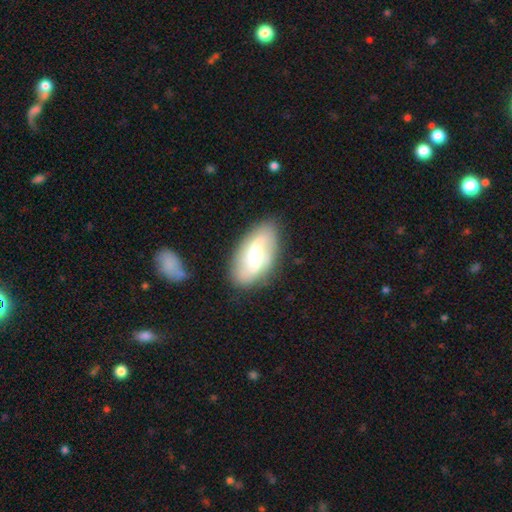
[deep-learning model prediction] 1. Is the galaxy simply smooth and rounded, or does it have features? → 68% featured or disk, 26% smooth, 6% star or artifact.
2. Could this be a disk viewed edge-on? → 93% no, 7% yes.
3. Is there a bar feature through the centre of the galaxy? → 47% weak, 34% strong, 19% no.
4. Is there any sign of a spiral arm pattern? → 84% yes, 16% no.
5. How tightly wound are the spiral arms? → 65% loose, 25% medium, 9% tight.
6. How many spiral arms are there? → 87% 2, 7% can't tell, 3% 1, 1% 3, 1% 4, 1% more than 4.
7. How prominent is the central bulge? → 54% moderate, 27% small, 13% large, 3% none, 2% dominant.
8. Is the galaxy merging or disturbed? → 79% none, 14% minor disturbance, 5% major disturbance, 2% merger.